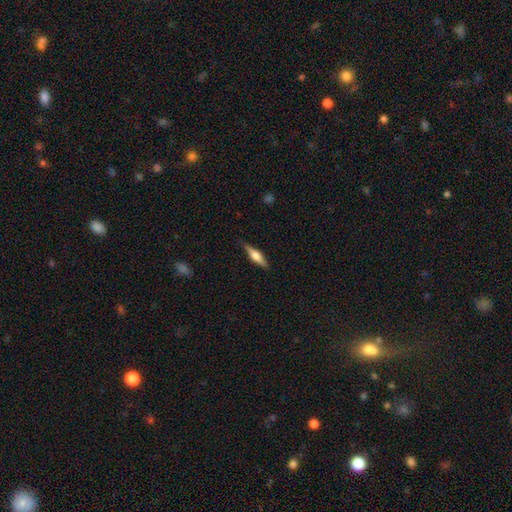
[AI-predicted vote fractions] The model was most divided on "smooth or featured": featured or disk: 56%, smooth: 39%, star or artifact: 6%. More confident: edge-on disk — yes (96%); edge-on bulge — rounded (88%); merging — none (86%).